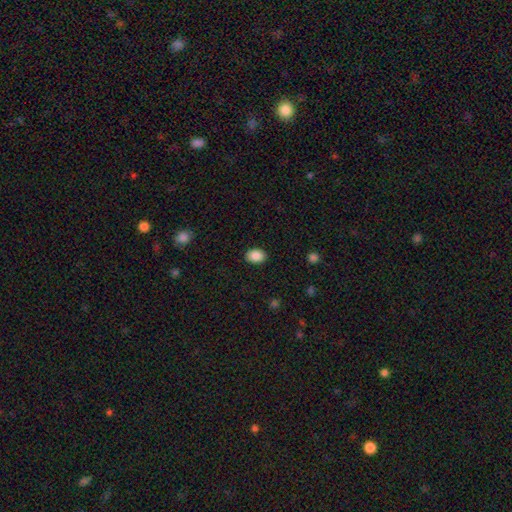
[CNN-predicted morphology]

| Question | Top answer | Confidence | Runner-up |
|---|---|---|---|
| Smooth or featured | smooth | 88% | star or artifact (8%) |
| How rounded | in between | 79% | round (20%) |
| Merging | none | 89% | minor disturbance (8%) |